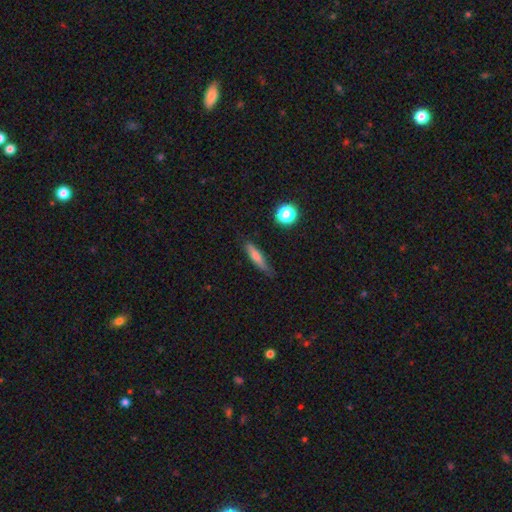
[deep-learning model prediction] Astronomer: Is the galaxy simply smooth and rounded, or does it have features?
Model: smooth — 67%.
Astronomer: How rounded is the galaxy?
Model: cigar-shaped — 82%.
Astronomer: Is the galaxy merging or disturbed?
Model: none — 76%.